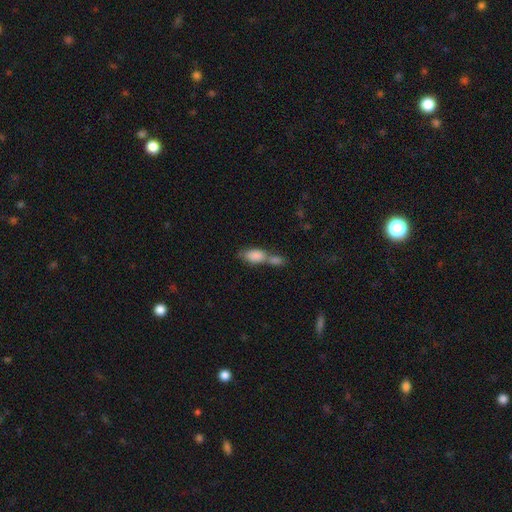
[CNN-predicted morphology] Smooth or featured? Predicted: smooth (p=0.82). How rounded? Predicted: in between (p=0.83). Merging? Predicted: merger (p=0.66).